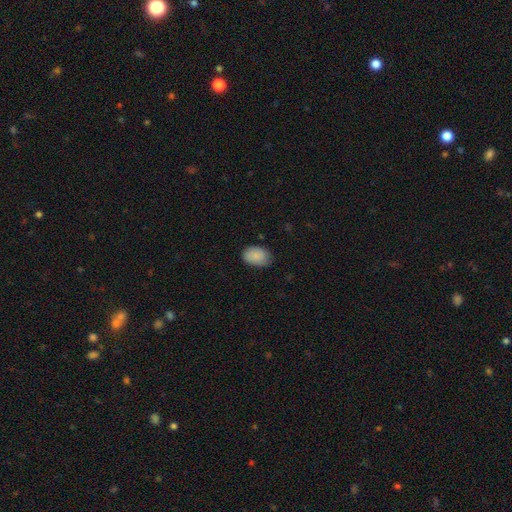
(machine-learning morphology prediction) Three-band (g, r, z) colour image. It shows a smooth galaxy with no disk features (85%) that is in between round and cigar-shaped (83%). Merging: none (75%).